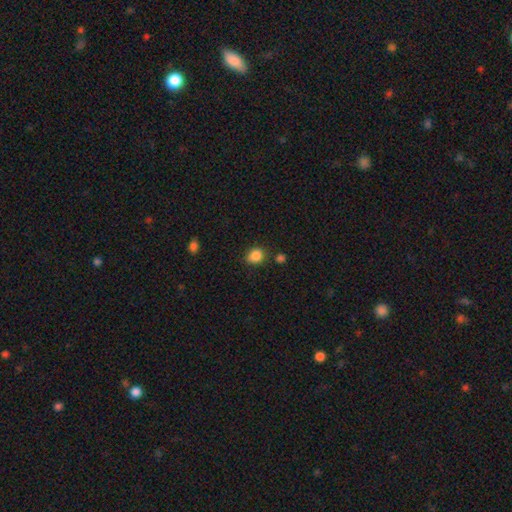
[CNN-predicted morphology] This is clearly a smooth galaxy (86%). How rounded: likely round (67%). Merging: likely none (75%).